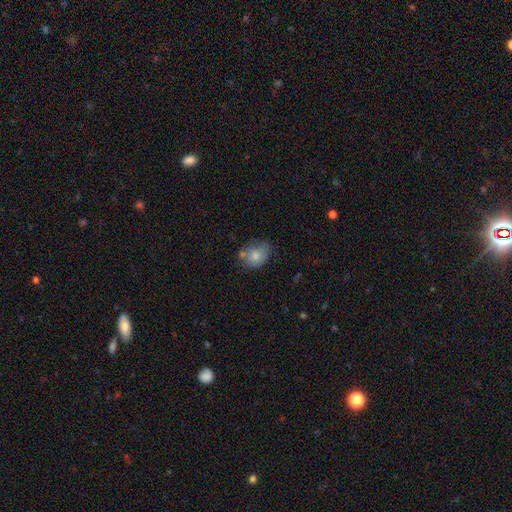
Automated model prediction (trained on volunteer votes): smooth 77%, featured or disk 15%, star or artifact 8%. Down the decision tree: how rounded — in between (62%); merging — none (54%).